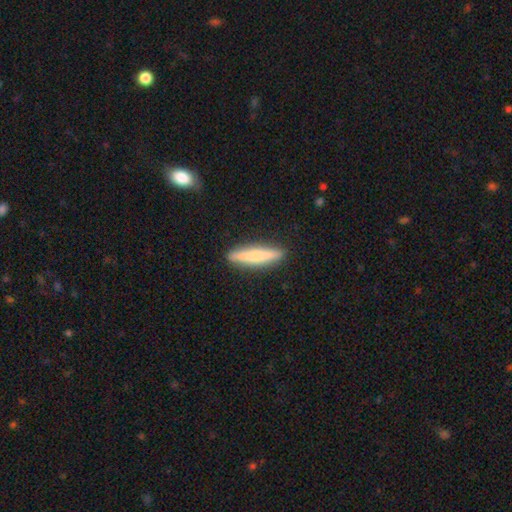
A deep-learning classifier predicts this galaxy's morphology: type=smooth (62%); roundness=cigar-shaped (89%); merging=none (91%).